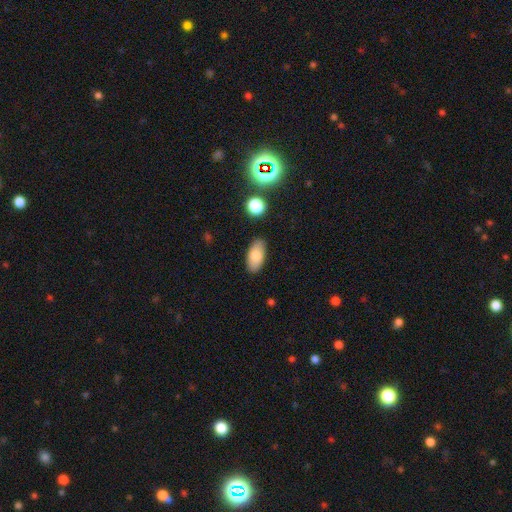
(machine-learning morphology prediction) type=smooth (81%); roundness=in between (91%); merging=none (86%).